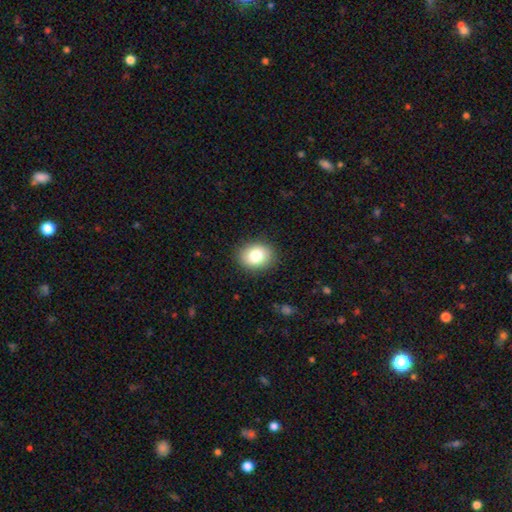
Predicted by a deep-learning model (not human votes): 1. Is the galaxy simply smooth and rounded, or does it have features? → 81% smooth, 10% featured or disk, 9% star or artifact.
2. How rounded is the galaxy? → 51% in between, 48% round, 1% cigar-shaped.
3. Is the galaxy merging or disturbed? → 88% none, 9% minor disturbance, 2% major disturbance, 1% merger.